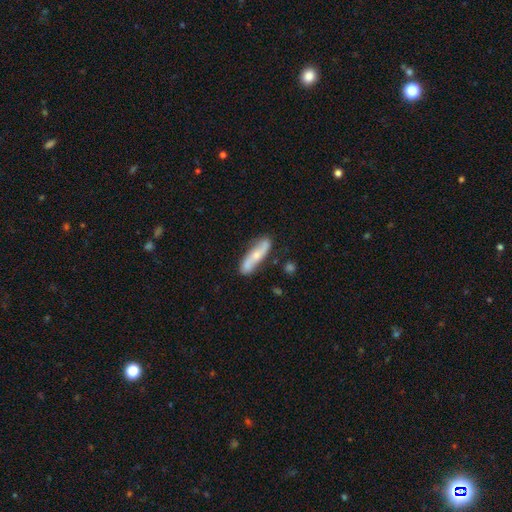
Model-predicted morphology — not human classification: smooth-or-featured: featured or disk: 56% | smooth: 38% | star or artifact: 6%
  disk-edge-on: no: 67% | yes: 33%
  merging: none: 79% | minor disturbance: 15% | major disturbance: 3% | merger: 3%